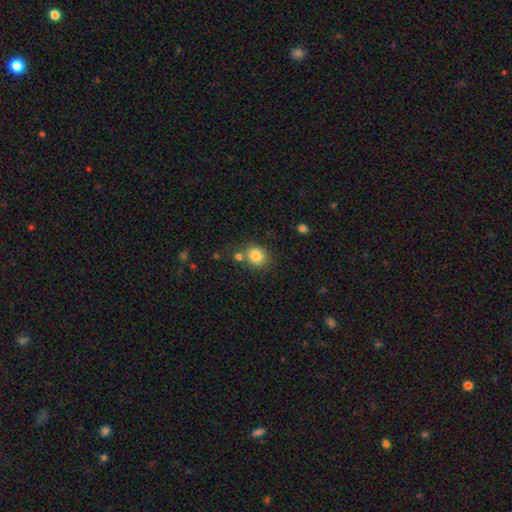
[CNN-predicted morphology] Q: Smooth or featured?
A: smooth (84%); runner-up: star or artifact (10%)
Q: How rounded?
A: round (76%); runner-up: in between (23%)
Q: Merging?
A: none (69%); runner-up: merger (16%)